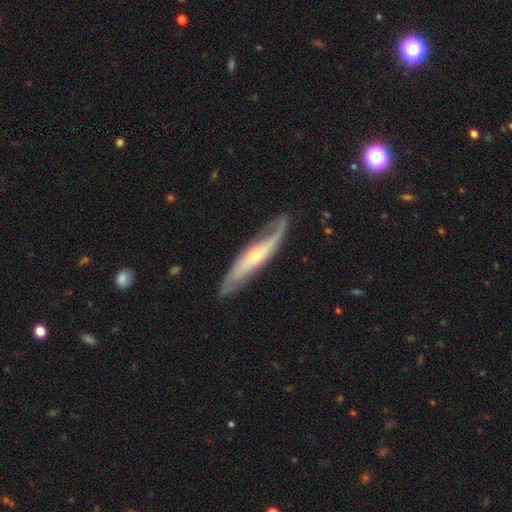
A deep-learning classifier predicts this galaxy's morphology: type=featured or disk (77%); edge-on=no (60%); merging=none (74%).